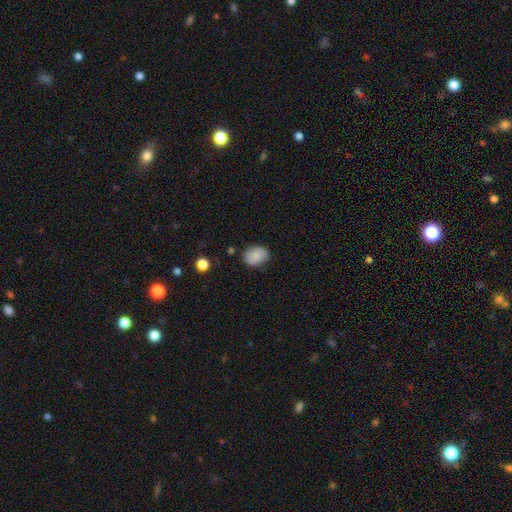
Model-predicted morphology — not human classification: This is clearly a smooth galaxy (84%). How rounded: likely in between (71%). Merging: clearly none (81%).